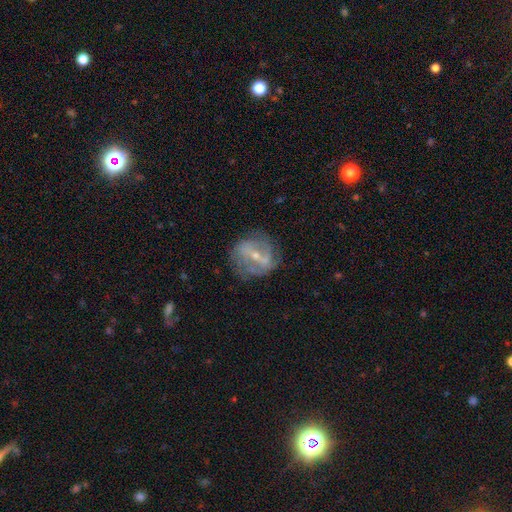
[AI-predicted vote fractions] smooth_or_featured: featured or disk (p=0.75) [alt: smooth p=0.16]
disk_edge_on: no (p=0.94) [alt: yes p=0.06]
bar: strong (p=0.49) [alt: weak p=0.36]
has_spiral_arms: yes (p=0.71) [alt: no p=0.29]
spiral_winding: medium (p=0.40) [alt: tight p=0.34]
spiral_arm_count: 2 (p=0.55) [alt: can't tell p=0.28]
bulge_size: small (p=0.62) [alt: moderate p=0.34]
merging: none (p=0.67) [alt: minor disturbance p=0.20]